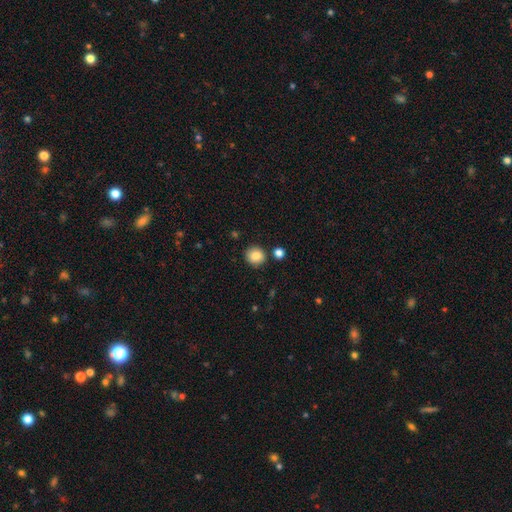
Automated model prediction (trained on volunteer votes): Smooth or featured: smooth — 85% (star or artifact — 9%)
How rounded: round — 88% (in between — 11%)
Merging: none — 85% (minor disturbance — 8%)